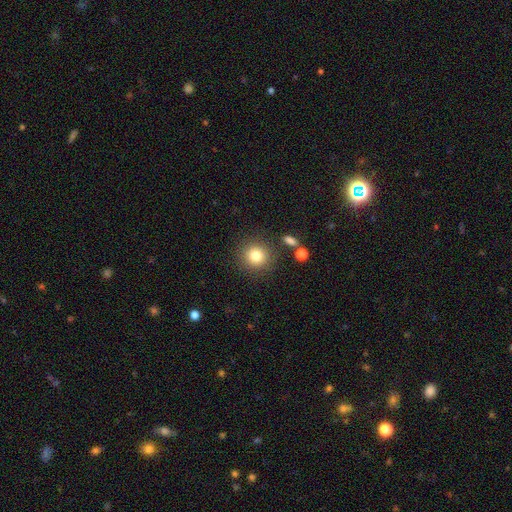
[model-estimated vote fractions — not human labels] smooth 81%, star or artifact 11%, featured or disk 8%. Down the decision tree: how rounded — round (92%); merging — none (85%).